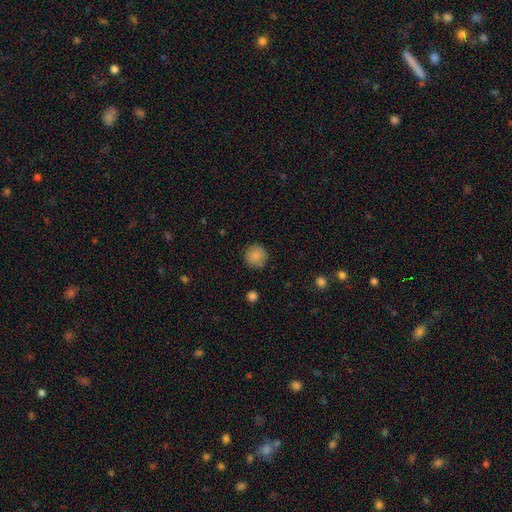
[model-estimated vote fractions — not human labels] A smooth galaxy with no disk features (86%) that is round (94%). Merging: none (88%).